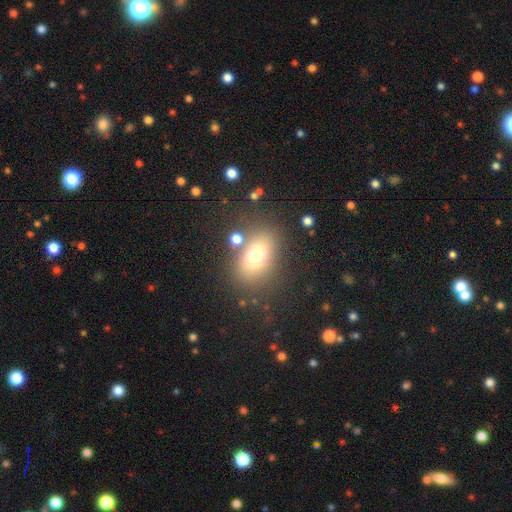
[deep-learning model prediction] Overall: smooth (70%). How rounded: in between (72%). Merging: none (74%).